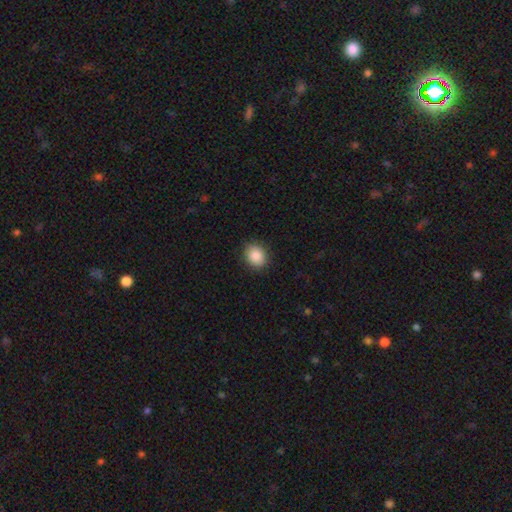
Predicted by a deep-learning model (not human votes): Morphology: type=smooth (87%); roundness=round (59%); merging=none (89%).